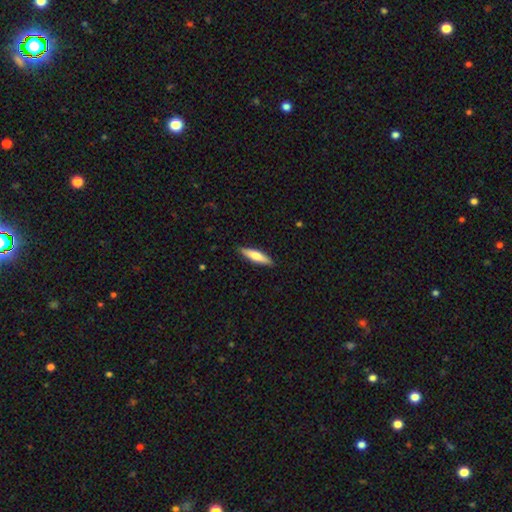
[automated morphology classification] A smooth galaxy with no disk features (64%) that is cigar-shaped (74%). Merging: none (89%).